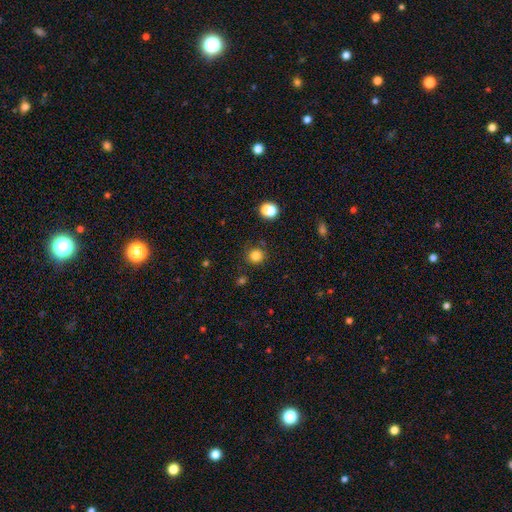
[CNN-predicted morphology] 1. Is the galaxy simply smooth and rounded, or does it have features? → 81% smooth, 13% star or artifact, 5% featured or disk.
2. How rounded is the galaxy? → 91% round, 8% in between, 1% cigar-shaped.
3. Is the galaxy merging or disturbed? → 85% none, 9% minor disturbance, 4% merger, 3% major disturbance.